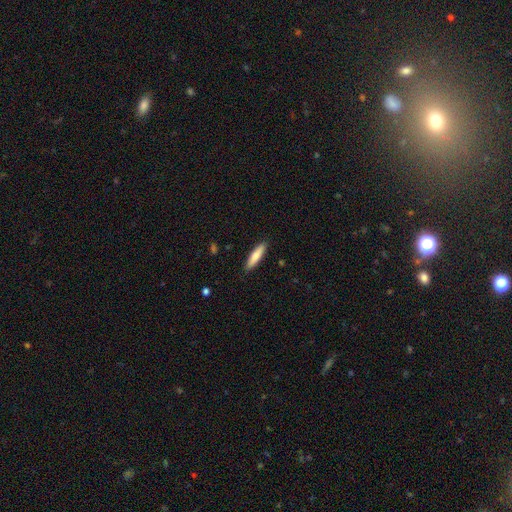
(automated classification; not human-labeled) Smooth or featured: smooth — 80% (featured or disk — 15%)
How rounded: cigar-shaped — 76% (in between — 22%)
Merging: none — 89% (minor disturbance — 8%)